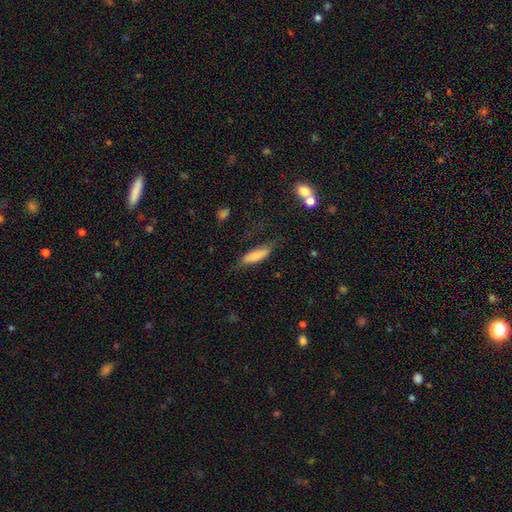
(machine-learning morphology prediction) smooth 73%, featured or disk 20%, star or artifact 7%. Down the decision tree: how rounded — cigar-shaped (49%); merging — none (57%).